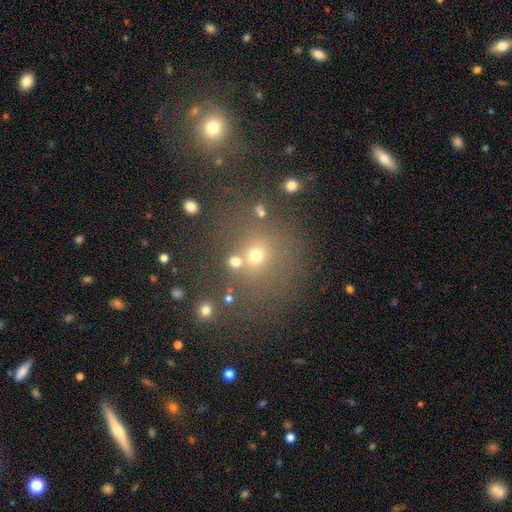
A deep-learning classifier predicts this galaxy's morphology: type=smooth (63%); roundness=round (84%); merging=none (71%).